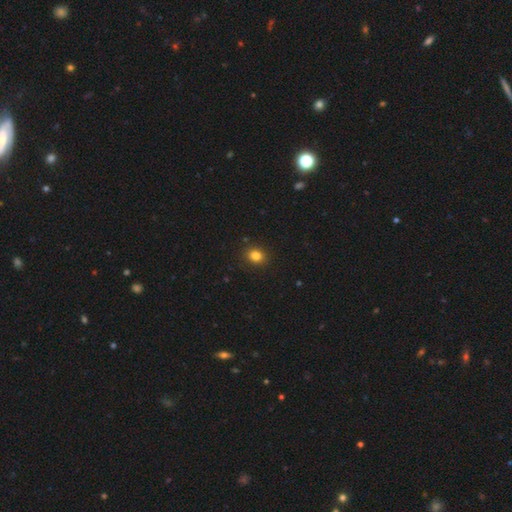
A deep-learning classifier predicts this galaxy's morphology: The model was most divided on "how rounded": round: 65%, in between: 34%, cigar-shaped: 1%. More confident: merging — none (90%); smooth or featured — smooth (82%).